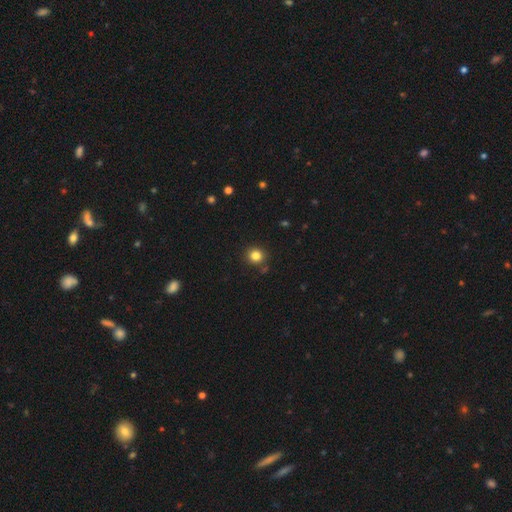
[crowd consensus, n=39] Volunteers were most divided on "smooth or featured": smooth: 87%, star or artifact: 8%, featured or disk: 5%. More confident: merging — none (94%); how rounded — round (91%).